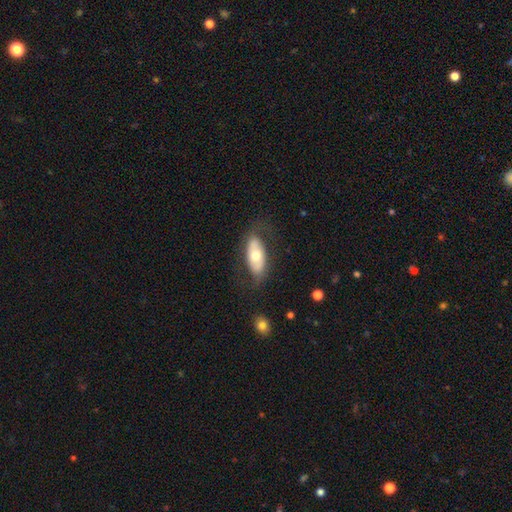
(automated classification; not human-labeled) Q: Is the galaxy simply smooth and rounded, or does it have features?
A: smooth — 56%.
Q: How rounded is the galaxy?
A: in between — 87%.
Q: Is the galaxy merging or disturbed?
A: none — 73%.